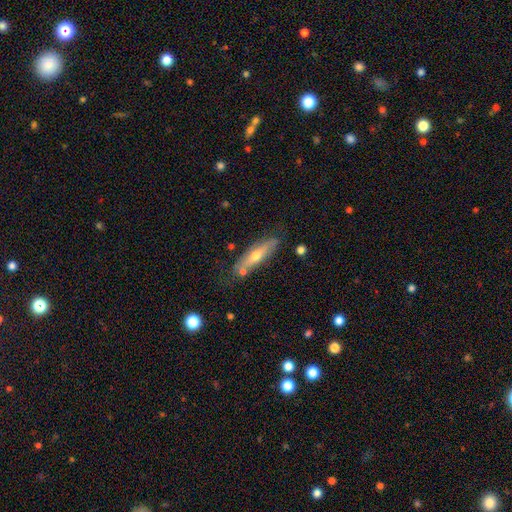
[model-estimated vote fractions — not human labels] This appears to be a featured or disk galaxy (50%) viewed edge-on (69%). Merging: none (71%).